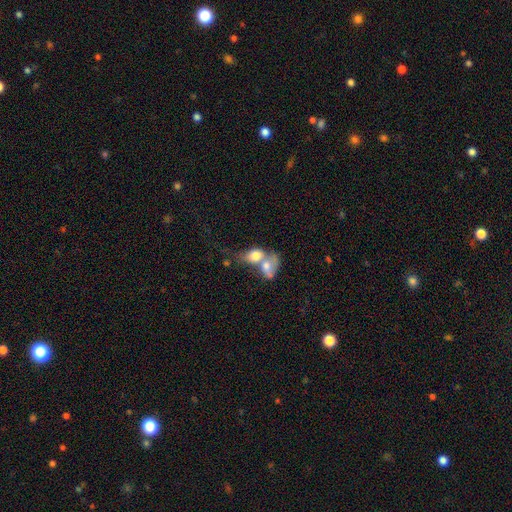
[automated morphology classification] type=smooth (71%); roundness=in between (71%); merging=merger (78%).